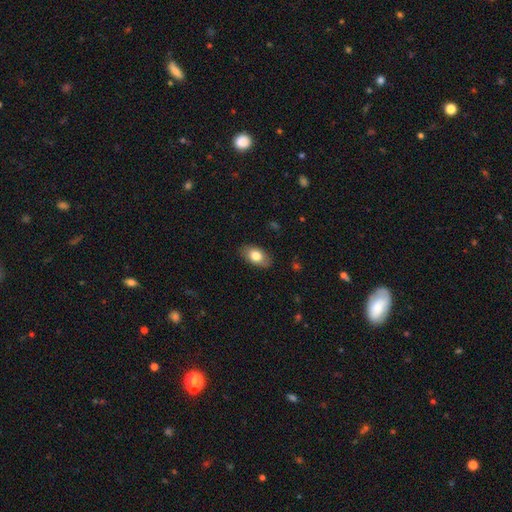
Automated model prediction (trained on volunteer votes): Smooth or featured? smooth (79%)
How rounded? in between (91%)
Merging? none (85%)